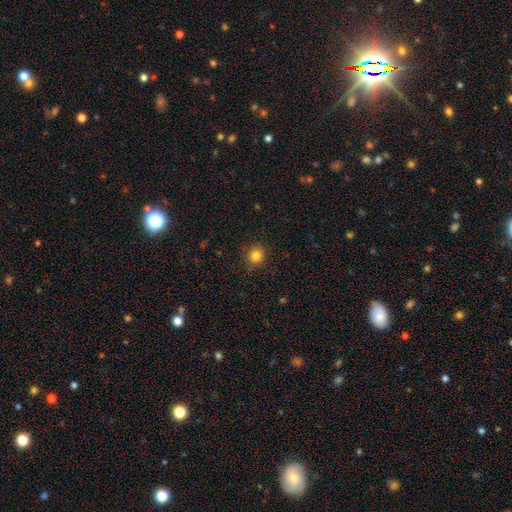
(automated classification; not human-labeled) smooth 84%, star or artifact 12%, featured or disk 5%. Down the decision tree: how rounded — round (87%); merging — none (87%).